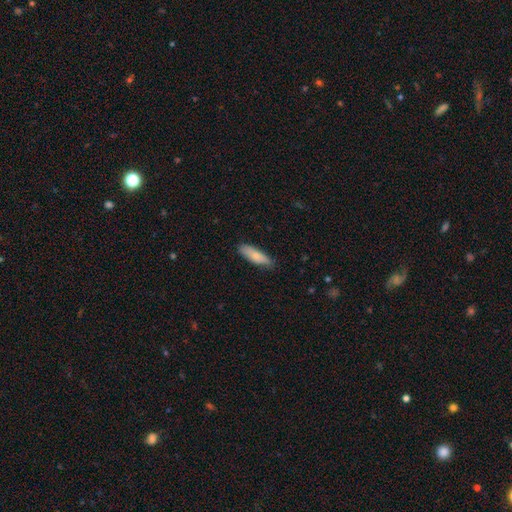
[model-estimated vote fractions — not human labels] Morphology: type=smooth (79%); roundness=in between (53%); merging=none (79%).